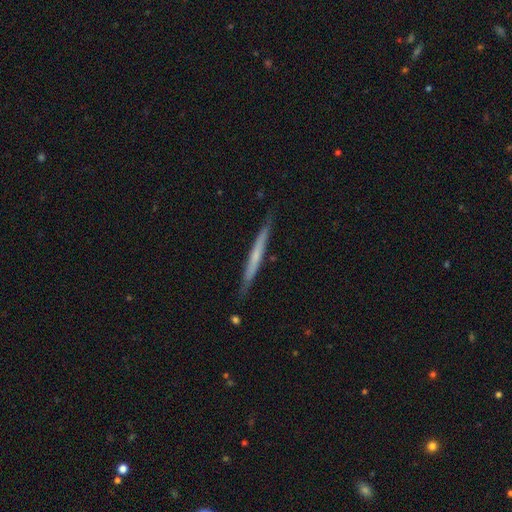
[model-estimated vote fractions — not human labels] Smooth or featured: featured or disk — 50% (smooth — 45%)
Merging: none — 88% (minor disturbance — 9%)